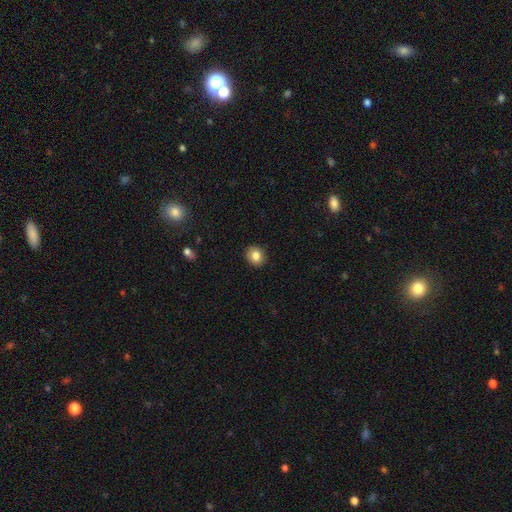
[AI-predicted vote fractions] smooth_or_featured: smooth (p=0.83) [alt: star or artifact p=0.09]
how_rounded: round (p=0.67) [alt: in between p=0.32]
merging: none (p=0.89) [alt: minor disturbance p=0.08]